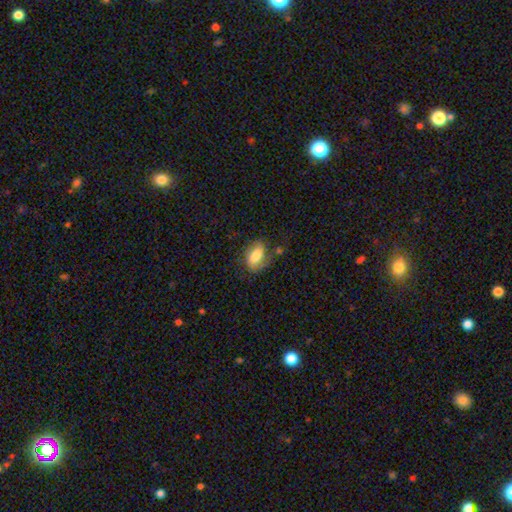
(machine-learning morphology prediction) Smooth or featured?
  - smooth: 64% *
  - featured or disk: 28%
  - star or artifact: 8%
How rounded?
  - in between: 89% *
  - round: 9%
  - cigar-shaped: 3%
Merging?
  - none: 56% *
  - minor disturbance: 25%
  - major disturbance: 13%
  - merger: 5%